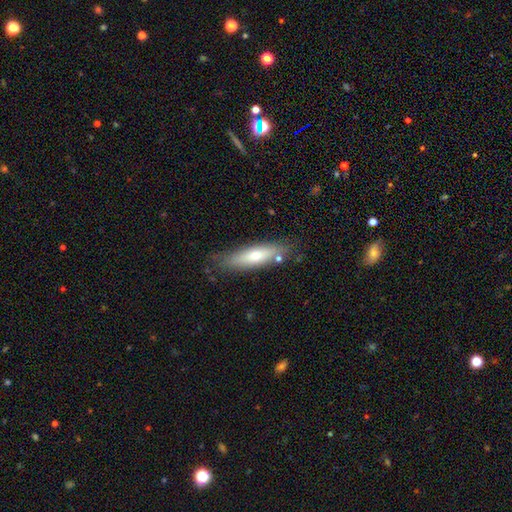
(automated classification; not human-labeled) Overall: smooth (63%; featured or disk 31%). How rounded: cigar-shaped (64%; in between 34%). Merging: none (77%).